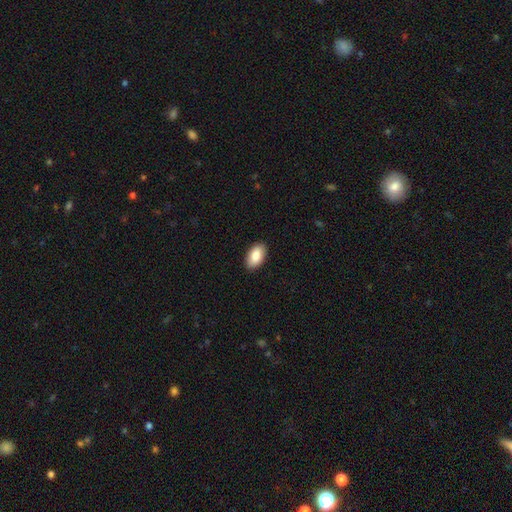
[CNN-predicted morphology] Smooth or featured?
  - smooth: 85% *
  - featured or disk: 9%
  - star or artifact: 6%
How rounded?
  - in between: 95% *
  - round: 4%
  - cigar-shaped: 2%
Merging?
  - none: 90% *
  - minor disturbance: 7%
  - major disturbance: 2%
  - merger: 1%